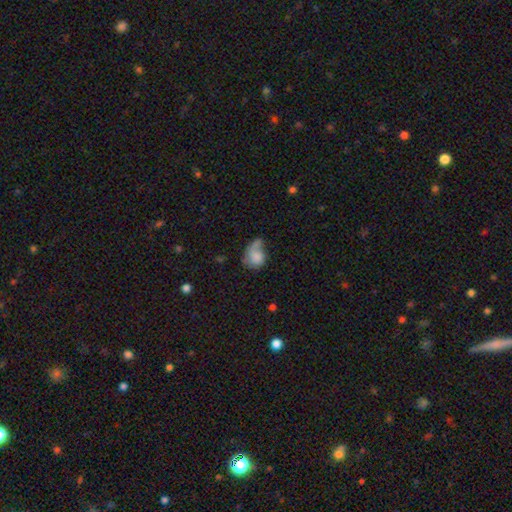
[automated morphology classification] Smooth or featured?
  - smooth: 70% *
  - featured or disk: 22%
  - star or artifact: 9%
How rounded?
  - in between: 51% *
  - round: 48%
  - cigar-shaped: 1%
Merging?
  - major disturbance: 36% *
  - none: 25%
  - minor disturbance: 24%
  - merger: 15%